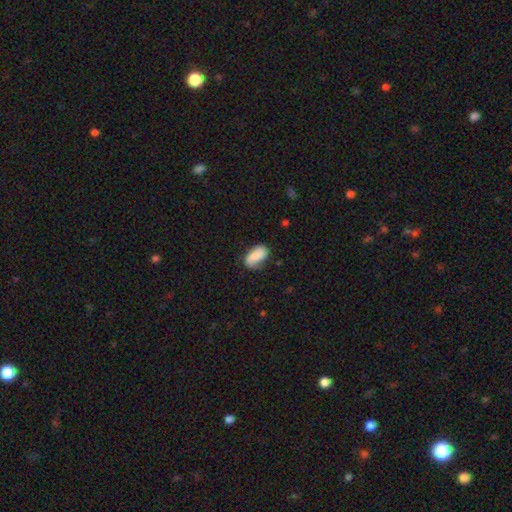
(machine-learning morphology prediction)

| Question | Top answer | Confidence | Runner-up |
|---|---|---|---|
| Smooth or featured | smooth | 64% | featured or disk (28%) |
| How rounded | in between | 92% | round (5%) |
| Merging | none | 64% | minor disturbance (25%) |